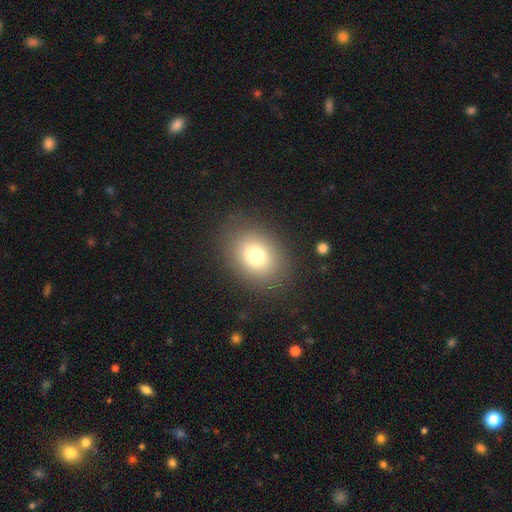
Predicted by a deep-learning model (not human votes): smooth-or-featured: smooth: 76% | star or artifact: 12% | featured or disk: 11%
  how-rounded: in between: 59% | round: 40% | cigar-shaped: 1%
  merging: none: 84% | minor disturbance: 10% | major disturbance: 5% | merger: 1%